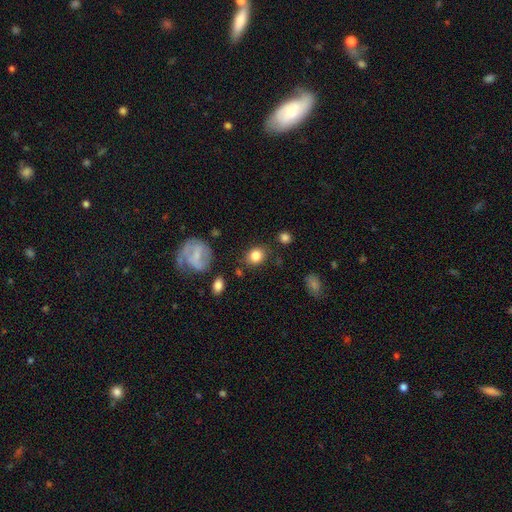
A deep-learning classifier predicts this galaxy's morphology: Smooth or featured? Predicted: smooth (p=0.83). How rounded? Predicted: round (p=0.58). Merging? Predicted: none (p=0.79).